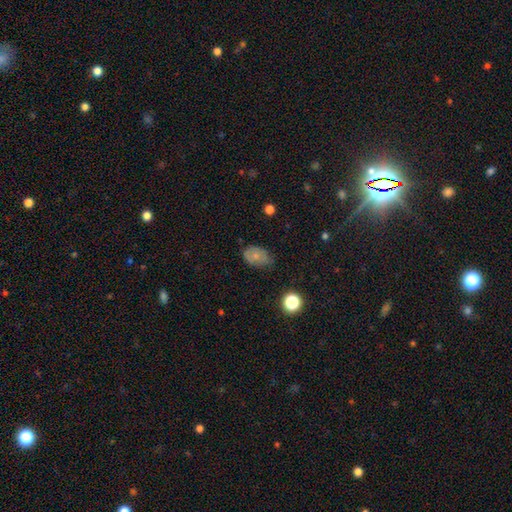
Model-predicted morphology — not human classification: Smooth or featured? Predicted: smooth (p=0.71). How rounded? Predicted: in between (p=0.80). Merging? Predicted: none (p=0.54).